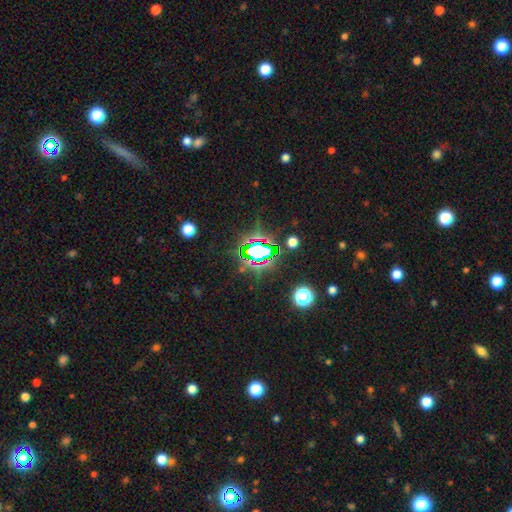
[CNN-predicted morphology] This is likely a star or artifact rather than a galaxy (71%).